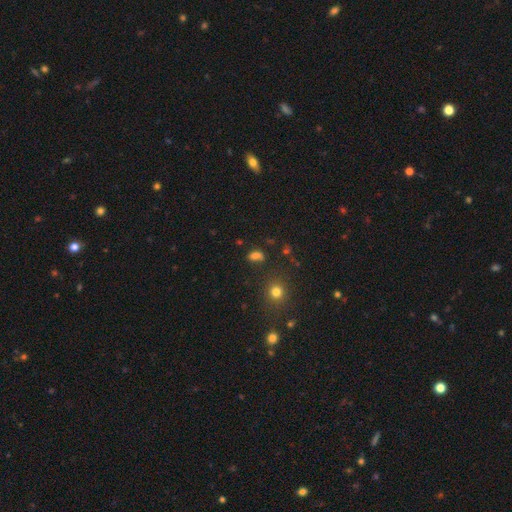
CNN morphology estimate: Overall: smooth (72%). How rounded: in between (79%). Merging: none (65%).